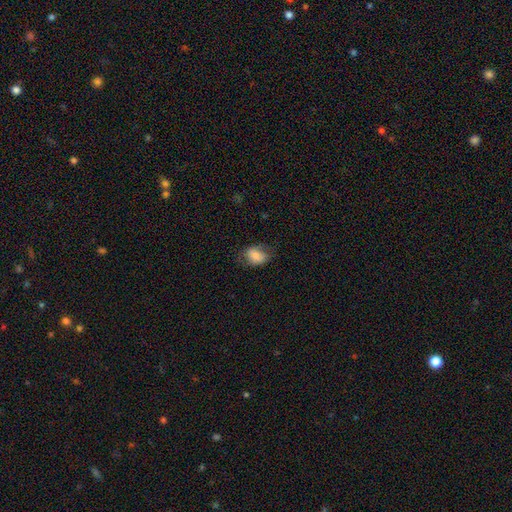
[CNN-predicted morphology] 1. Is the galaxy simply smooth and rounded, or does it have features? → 77% smooth, 15% featured or disk, 8% star or artifact.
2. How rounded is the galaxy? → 73% in between, 26% round, 1% cigar-shaped.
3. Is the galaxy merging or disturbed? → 61% none, 26% minor disturbance, 12% major disturbance, 1% merger.